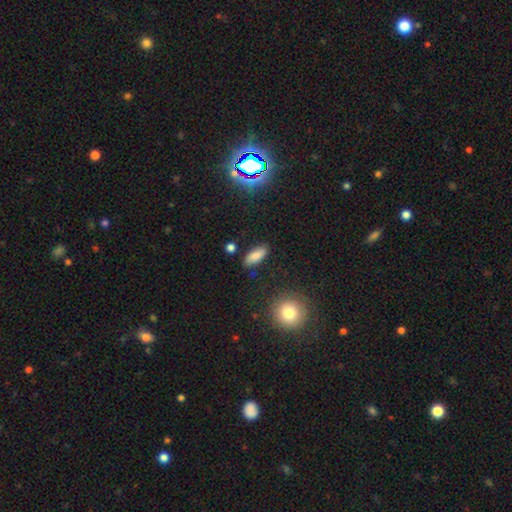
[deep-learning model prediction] Smooth or featured? Predicted: smooth (p=0.83). How rounded? Predicted: in between (p=0.79). Merging? Predicted: none (p=0.83).